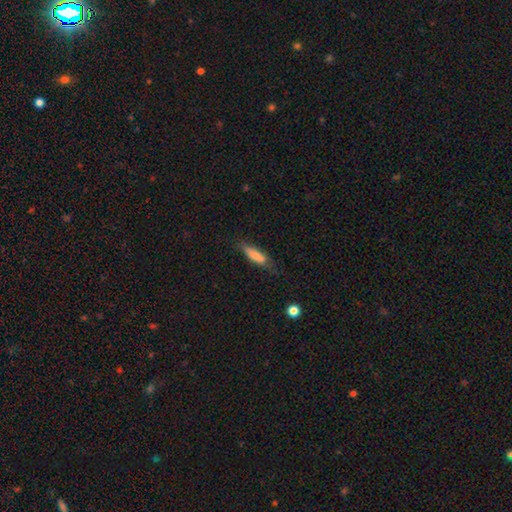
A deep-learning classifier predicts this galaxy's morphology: smooth 75%, featured or disk 18%, star or artifact 7%. Down the decision tree: how rounded — cigar-shaped (60%); merging — none (62%).